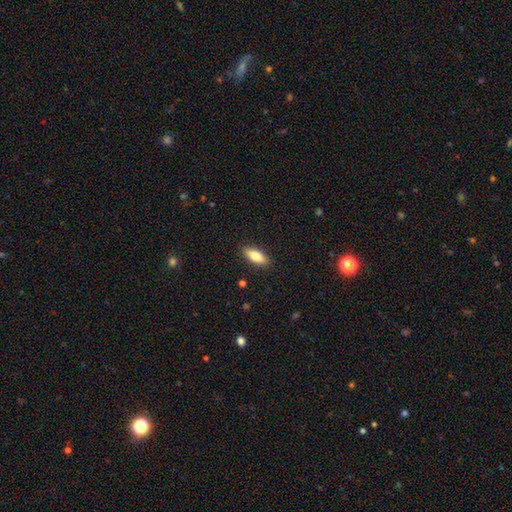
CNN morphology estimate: smooth-or-featured: smooth: 80% | featured or disk: 13% | star or artifact: 6%
  how-rounded: in between: 77% | cigar-shaped: 21% | round: 2%
  merging: none: 89% | minor disturbance: 8% | major disturbance: 2% | merger: 1%